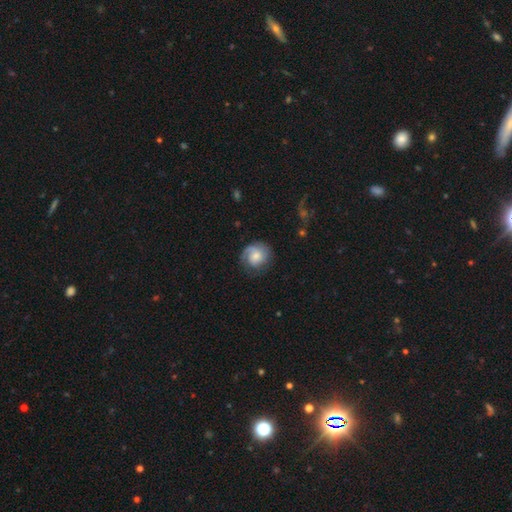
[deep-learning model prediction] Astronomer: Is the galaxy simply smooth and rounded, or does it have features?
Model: featured or disk — 50% (runner-up: smooth, 43%).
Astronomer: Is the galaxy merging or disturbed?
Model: none — 68%.